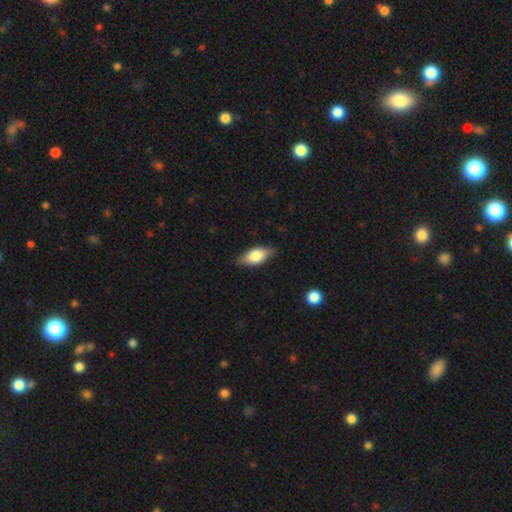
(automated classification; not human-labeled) Overall: smooth (68%). How rounded: in between (84%). Merging: none (77%).